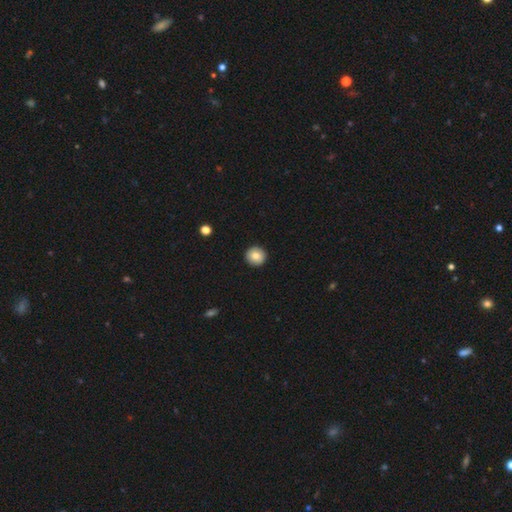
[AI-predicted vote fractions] A smooth galaxy with no disk features (81%) that is round (95%). Merging: none (93%).